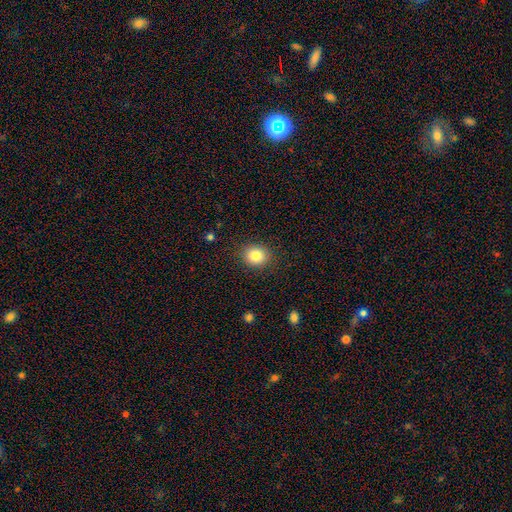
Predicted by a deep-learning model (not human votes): smooth 83%, star or artifact 9%, featured or disk 7%. Down the decision tree: how rounded — round (67%); merging — none (88%).